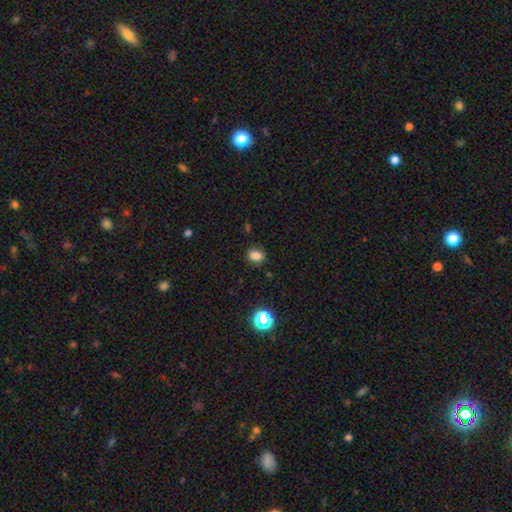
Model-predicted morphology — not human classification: smooth-or-featured: smooth: 79% | star or artifact: 15% | featured or disk: 6%
  how-rounded: in between: 53% | round: 46% | cigar-shaped: 1%
  merging: none: 83% | minor disturbance: 12% | major disturbance: 3% | merger: 2%